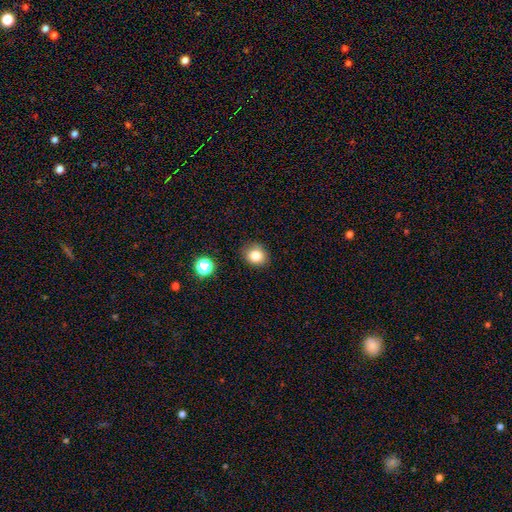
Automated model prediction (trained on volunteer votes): This appears to be a smooth galaxy with no disk features (81%) that is round (72%). Merging: none (85%).